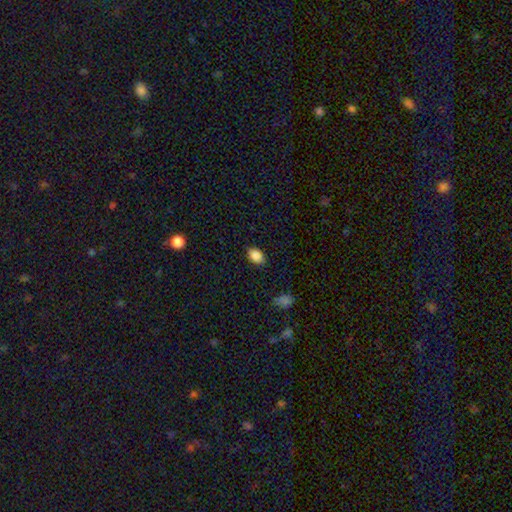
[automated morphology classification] A smooth galaxy with no disk features (87%) that is in between round and cigar-shaped (79%). Merging: none (83%).